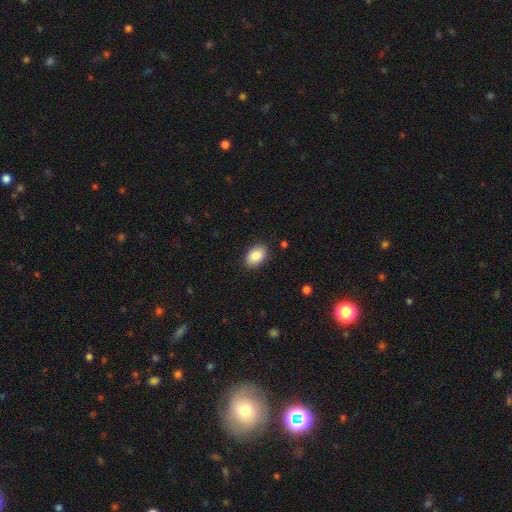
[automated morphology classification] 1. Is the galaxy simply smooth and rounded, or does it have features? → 88% smooth, 7% star or artifact, 5% featured or disk.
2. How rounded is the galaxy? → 89% in between, 10% round, 1% cigar-shaped.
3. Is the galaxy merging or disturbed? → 87% none, 9% minor disturbance, 2% major disturbance, 1% merger.